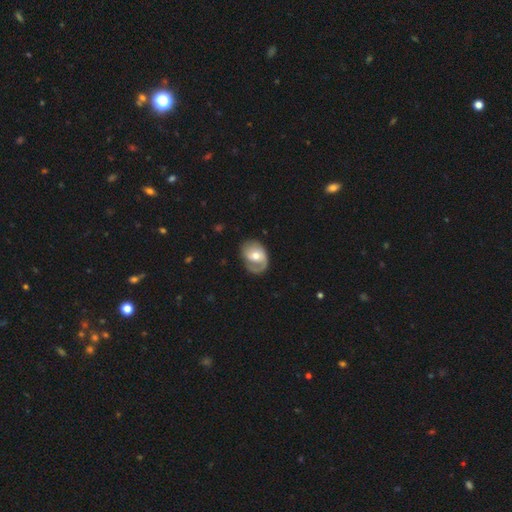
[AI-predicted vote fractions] This is likely a featured or disk galaxy (65%). It is clearly not viewed edge-on (96%). Bar: likely no (63%). Spiral arm pattern: likely yes (80%). Central bulge: likely moderate (68%). Merging: possibly none (56%).